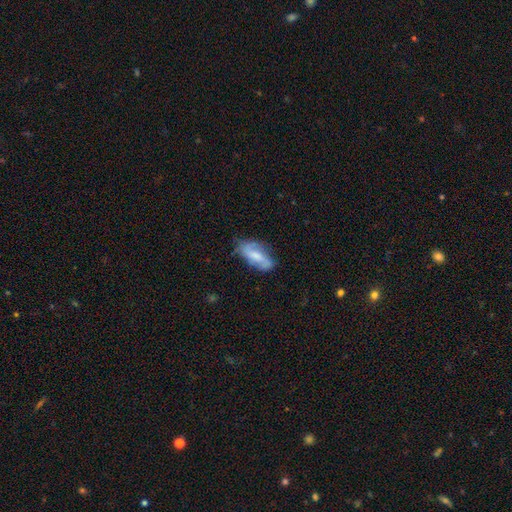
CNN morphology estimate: Smooth or featured: featured or disk — 50% (smooth — 43%)
Merging: none — 61% (minor disturbance — 27%)